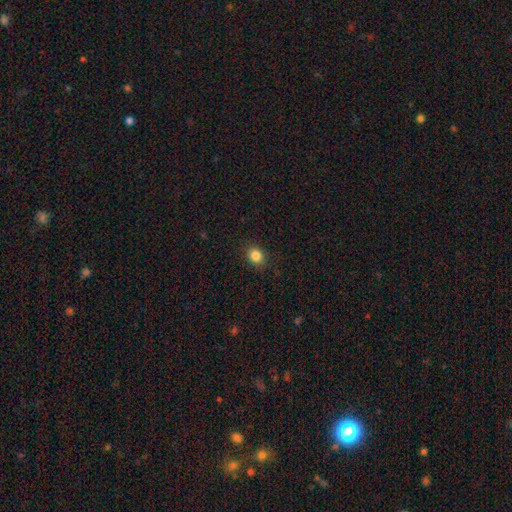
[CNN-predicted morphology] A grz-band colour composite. It shows a smooth galaxy with no disk features (84%) that is round (66%). Merging: none (89%).